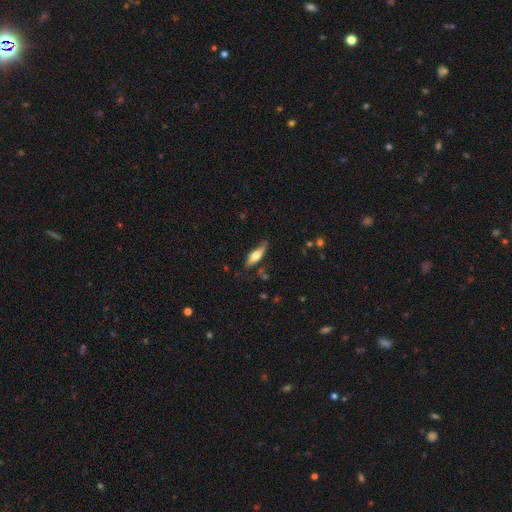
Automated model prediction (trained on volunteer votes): Smooth or featured: smooth — 57% (featured or disk — 37%)
How rounded: cigar-shaped — 56% (in between — 41%)
Merging: none — 71% (minor disturbance — 21%)